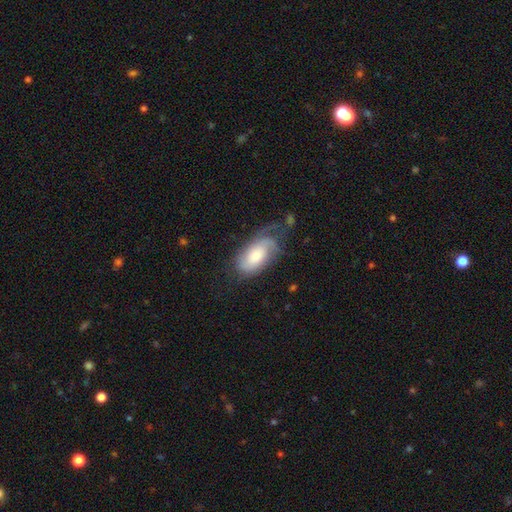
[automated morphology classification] Smooth or featured?
  - featured or disk: 55% *
  - smooth: 38%
  - star or artifact: 7%
Edge-on disk?
  - no: 94% *
  - yes: 6%
Bar?
  - no: 69% *
  - weak: 26%
  - strong: 5%
Spiral arms?
  - yes: 87% *
  - no: 13%
Bulge size?
  - moderate: 45% *
  - small: 30%
  - large: 18%
  - none: 4%
  - dominant: 3%
Merging?
  - none: 46% *
  - minor disturbance: 28%
  - major disturbance: 24%
  - merger: 2%